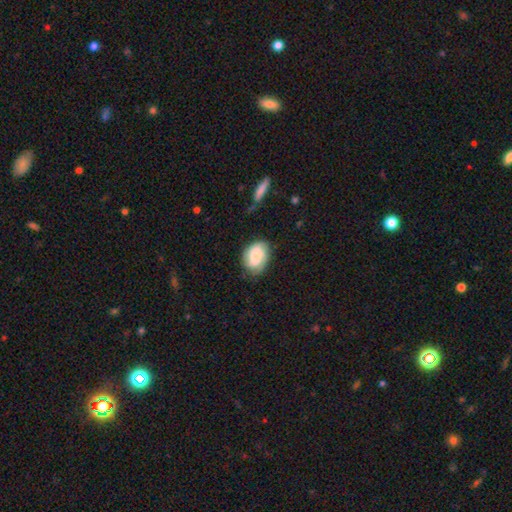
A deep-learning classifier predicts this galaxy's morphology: smooth-or-featured: smooth: 48% | featured or disk: 44% | star or artifact: 8%
  merging: none: 69% | minor disturbance: 22% | major disturbance: 7% | merger: 2%